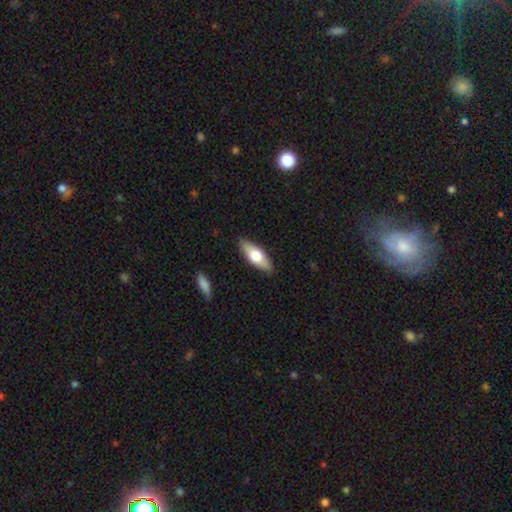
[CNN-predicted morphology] This is possibly a smooth galaxy (57%). How rounded: likely in between (64%). Merging: clearly none (88%).